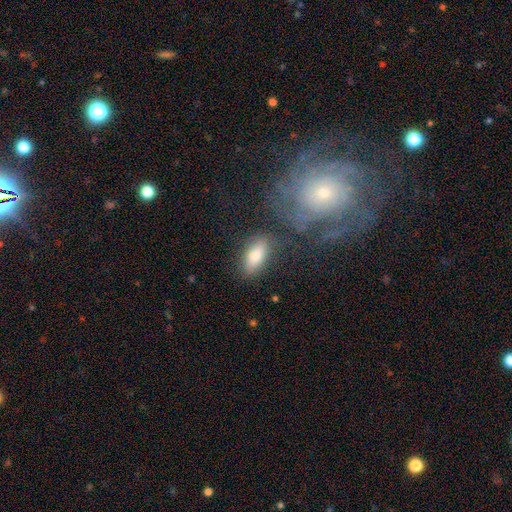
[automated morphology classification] smooth_or_featured: smooth (p=0.83) [alt: featured or disk p=0.10]
how_rounded: in between (p=0.85) [alt: cigar-shaped p=0.11]
merging: none (p=0.74) [alt: minor disturbance p=0.15]